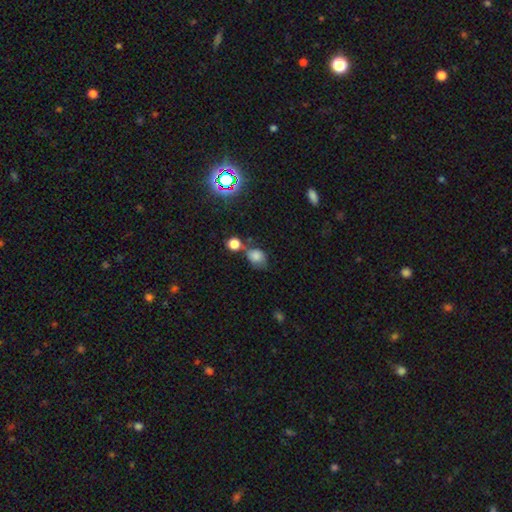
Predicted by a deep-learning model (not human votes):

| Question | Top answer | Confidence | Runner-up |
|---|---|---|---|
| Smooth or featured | smooth | 76% | star or artifact (15%) |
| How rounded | round | 53% | in between (46%) |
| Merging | none | 46% | merger (23%) |